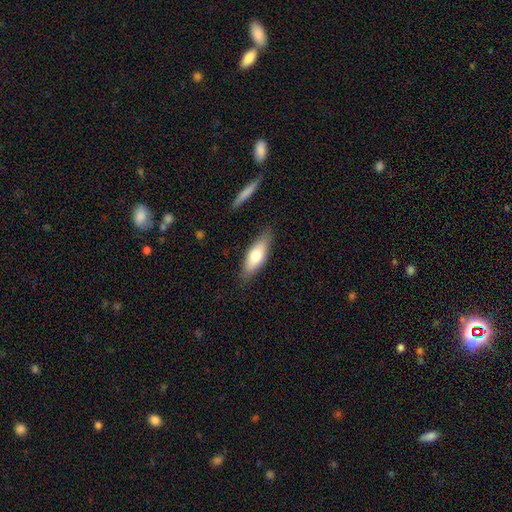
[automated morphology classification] Overall: smooth (70%). How rounded: in between (62%; cigar-shaped 35%). Merging: none (84%).